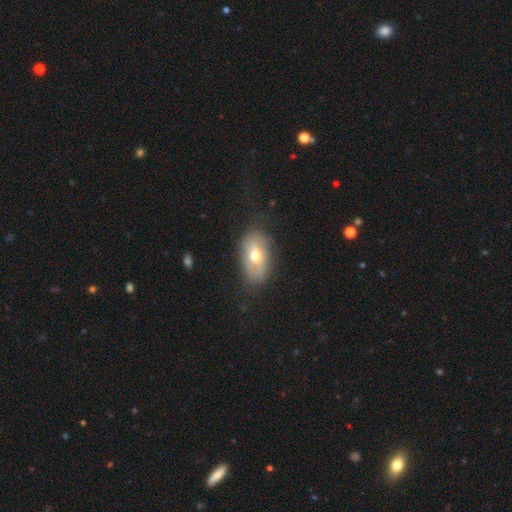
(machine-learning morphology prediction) Smooth or featured? Predicted: smooth (p=0.48). Merging? Predicted: none (p=0.68).